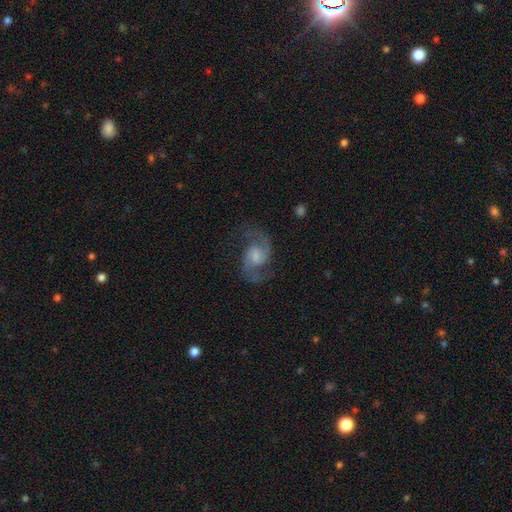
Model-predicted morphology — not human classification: The model was most divided on "bulge size": moderate: 32%, small: 30%, none: 23%, large: 12%, dominant: 2%. Remaining: edge-on disk — no (98%); spiral arms — yes (97%); spiral arm count — 2 (92%); smooth or featured — featured or disk (87%); merging — none (75%); spiral winding — medium (54%); bar — weak (47%).